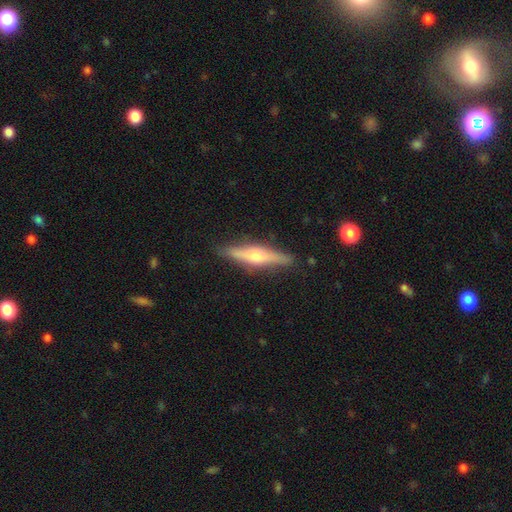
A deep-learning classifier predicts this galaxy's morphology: type=featured or disk (62%); edge-on=yes (96%); edge-on bulge=rounded (83%); merging=none (86%).